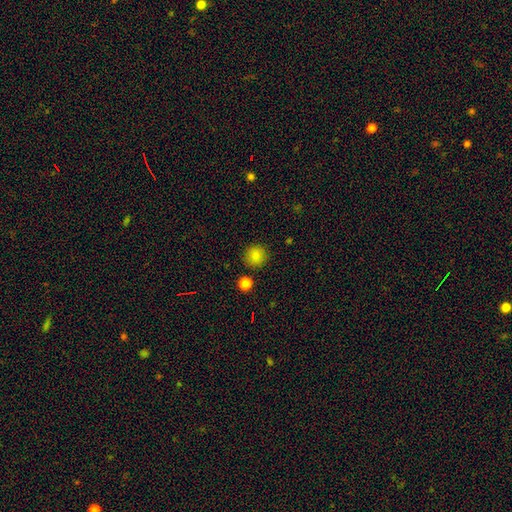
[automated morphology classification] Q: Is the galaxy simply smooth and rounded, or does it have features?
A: smooth — 83%.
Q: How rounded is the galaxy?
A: round — 94%.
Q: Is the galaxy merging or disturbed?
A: none — 89%.